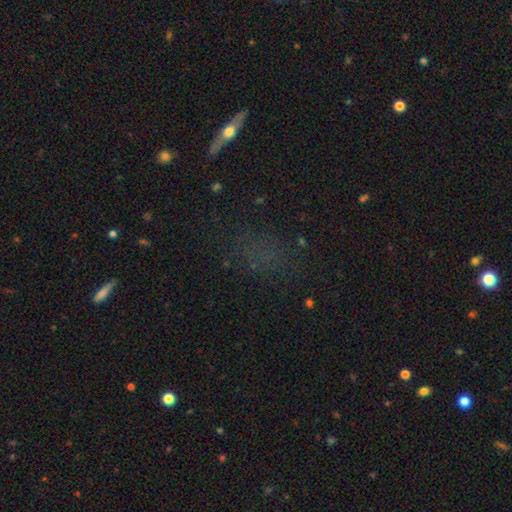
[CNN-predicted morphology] smooth 43%, star or artifact 38%, featured or disk 19%. Down the decision tree: merging — none (70%).